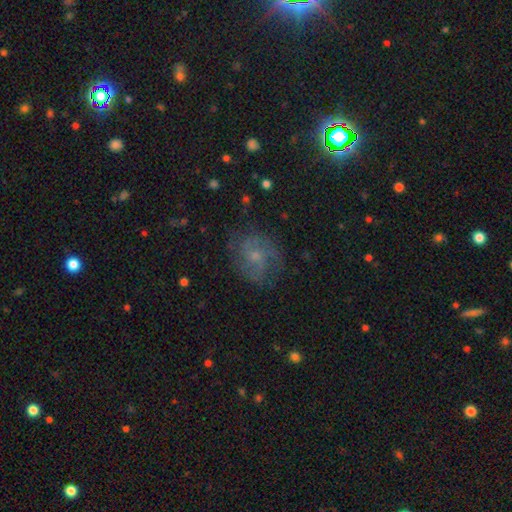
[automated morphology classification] Smooth or featured? featured or disk (59%)
Edge-on disk? no (97%)
Bar? no (67%)
Spiral arms? yes (85%)
Bulge size? small (55%)
Merging? none (71%)